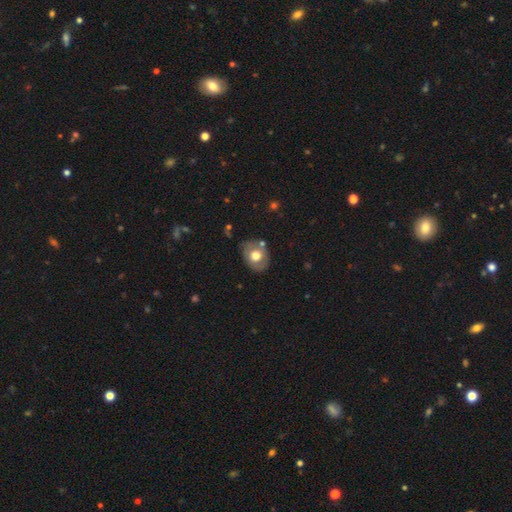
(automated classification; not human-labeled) Smooth or featured?
  - smooth: 59% *
  - featured or disk: 34%
  - star or artifact: 7%
How rounded?
  - in between: 53% *
  - round: 46%
  - cigar-shaped: 1%
Merging?
  - none: 72% *
  - minor disturbance: 18%
  - merger: 5%
  - major disturbance: 5%